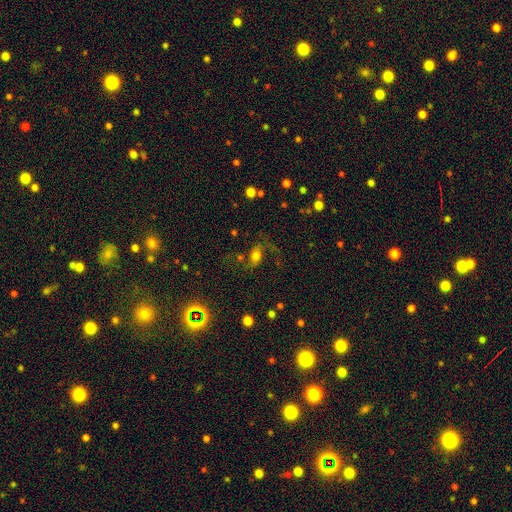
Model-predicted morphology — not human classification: The model was most divided on "smooth or featured": smooth: 43%, featured or disk: 40%, star or artifact: 17%. More confident: merging — none (56%).